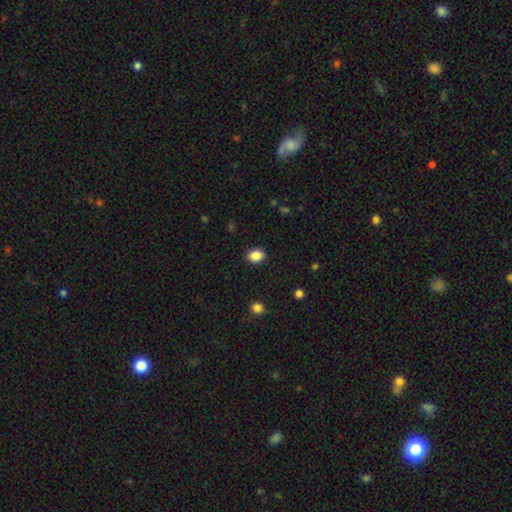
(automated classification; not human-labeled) This appears to be a smooth galaxy with no disk features (88%) that is in between round and cigar-shaped (66%). Merging: none (89%).